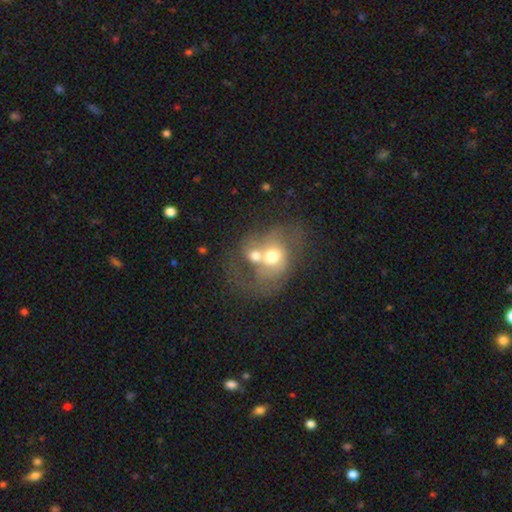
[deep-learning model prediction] Smooth or featured?
  - featured or disk: 49% *
  - smooth: 40%
  - star or artifact: 10%
Merging?
  - merger: 64% *
  - none: 14%
  - major disturbance: 14%
  - minor disturbance: 8%